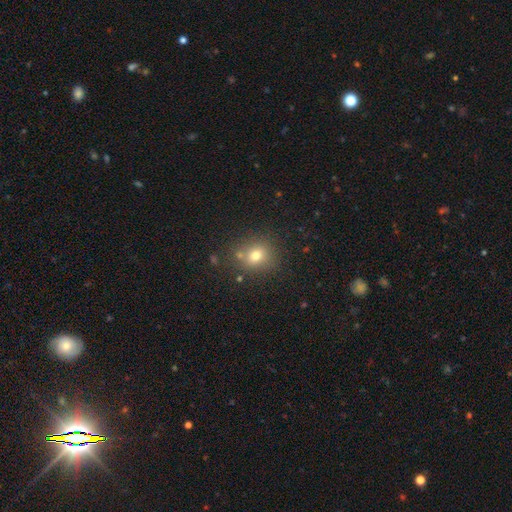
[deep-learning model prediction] Smooth or featured: smooth — 73% (star or artifact — 16%)
How rounded: round — 77% (in between — 22%)
Merging: none — 76% (minor disturbance — 11%)